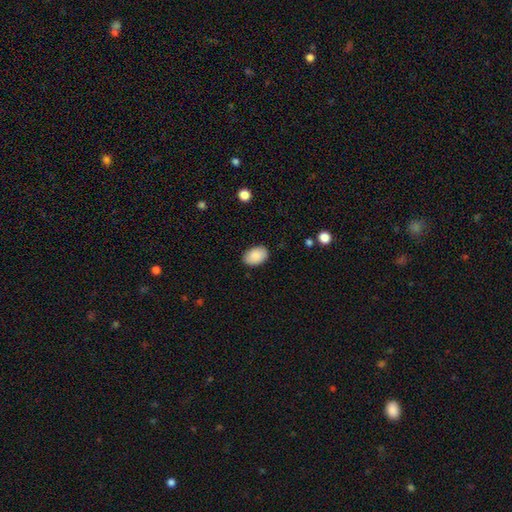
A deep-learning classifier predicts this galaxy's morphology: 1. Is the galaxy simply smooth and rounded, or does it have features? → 89% smooth, 7% star or artifact, 5% featured or disk.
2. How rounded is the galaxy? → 90% in between, 9% round, 1% cigar-shaped.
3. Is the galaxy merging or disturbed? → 87% none, 9% minor disturbance, 2% major disturbance, 1% merger.